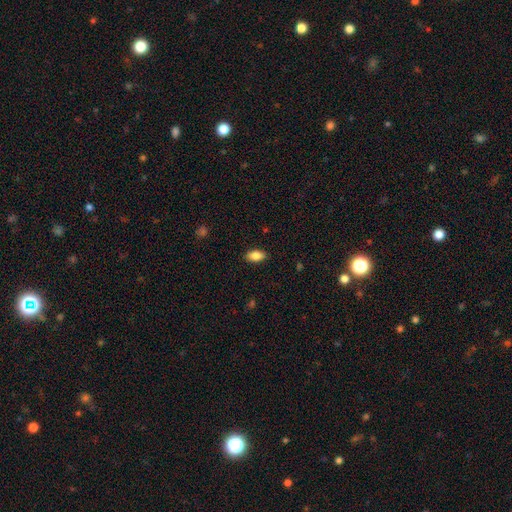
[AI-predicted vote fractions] The model was most divided on "smooth or featured": smooth: 87%, star or artifact: 8%, featured or disk: 6%. More confident: how rounded — in between (92%); merging — none (88%).